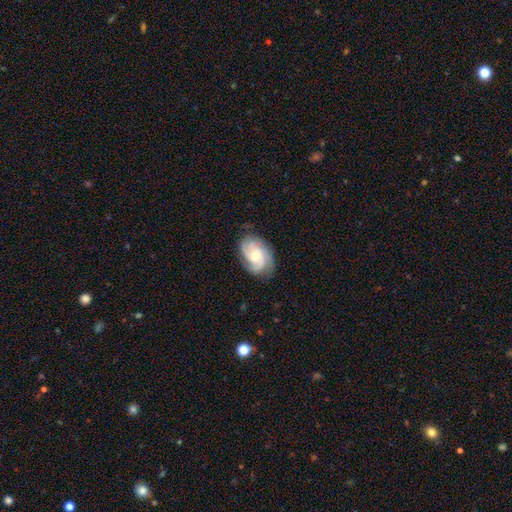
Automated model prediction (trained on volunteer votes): The model was most divided on "bulge size": moderate: 51%, small: 45%, large: 2%, none: 1%, dominant: 1%. Remaining: edge-on disk — no (97%); spiral arms — yes (96%); smooth or featured — featured or disk (80%); merging — none (75%); bar — no (72%); spiral winding — tight (52%); spiral arm count — 3 (43%).